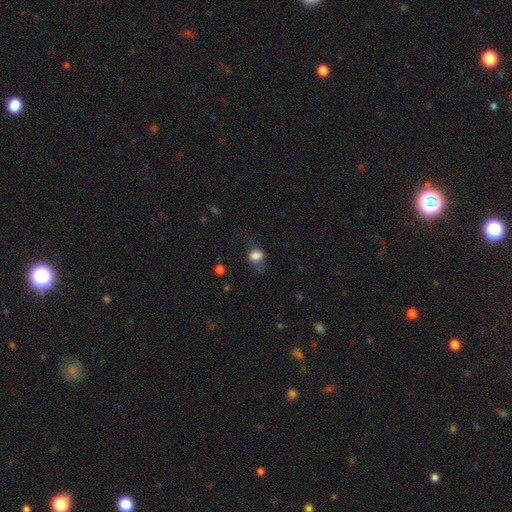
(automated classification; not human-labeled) Smooth or featured?
  - smooth: 74% *
  - featured or disk: 16%
  - star or artifact: 10%
How rounded?
  - round: 58% *
  - in between: 41%
  - cigar-shaped: 2%
Merging?
  - none: 45% *
  - major disturbance: 27%
  - minor disturbance: 26%
  - merger: 2%